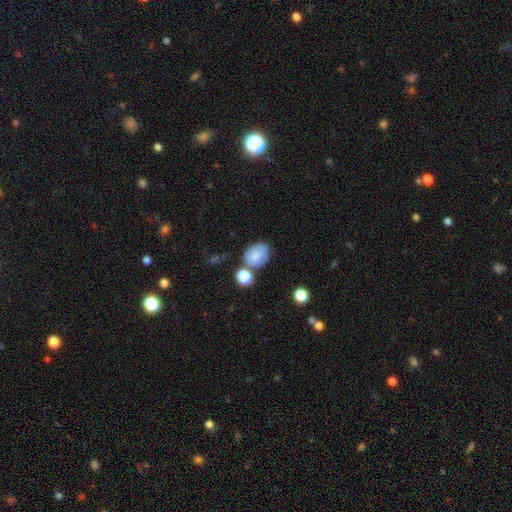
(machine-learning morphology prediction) This appears to be a smooth galaxy with no disk features (80%) that is in between round and cigar-shaped (64%). Merging: none (58%).